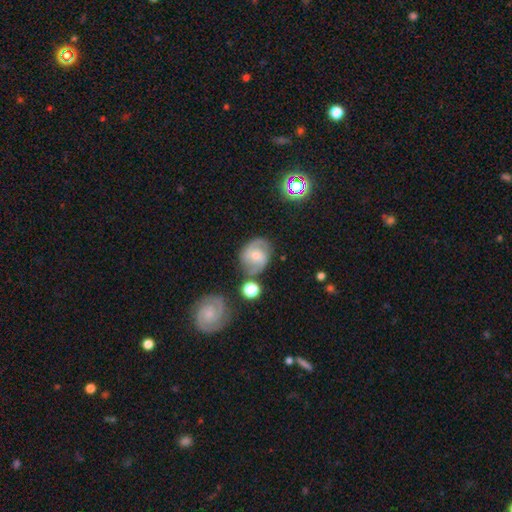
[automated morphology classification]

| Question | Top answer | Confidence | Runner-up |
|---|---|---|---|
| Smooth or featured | featured or disk | 71% | smooth (21%) |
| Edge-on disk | no | 97% | yes (3%) |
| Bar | no | 50% | weak (40%) |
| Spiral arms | yes | 93% | no (7%) |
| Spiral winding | medium | 50% | tight (34%) |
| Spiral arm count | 2 | 80% | can't tell (9%) |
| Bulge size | moderate | 48% | small (47%) |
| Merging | none | 67% | minor disturbance (18%) |